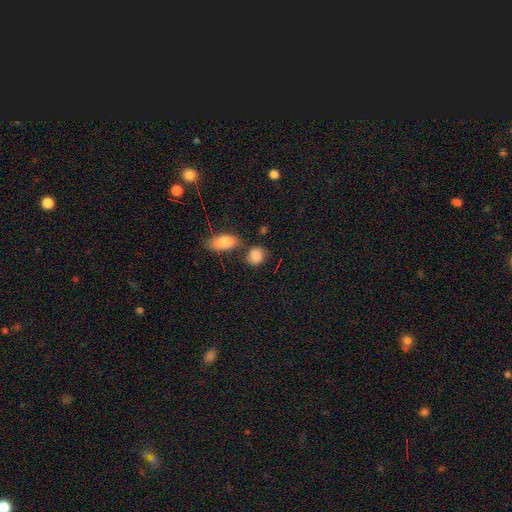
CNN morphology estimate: Q: Smooth or featured?
A: smooth (83%); runner-up: star or artifact (9%)
Q: How rounded?
A: round (56%); runner-up: in between (42%)
Q: Merging?
A: none (62%); runner-up: minor disturbance (18%)